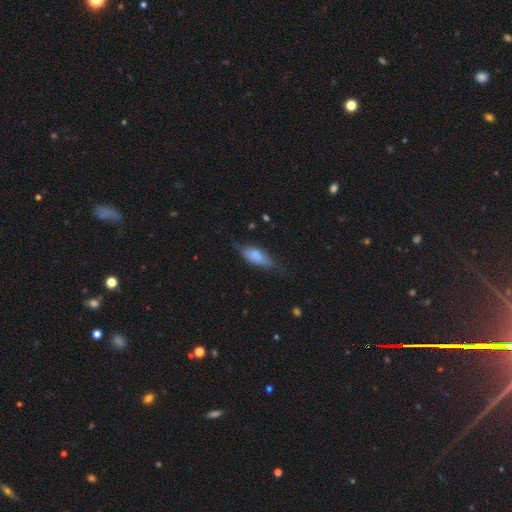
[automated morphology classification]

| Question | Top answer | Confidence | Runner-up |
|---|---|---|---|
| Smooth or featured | smooth | 68% | featured or disk (25%) |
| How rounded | in between | 69% | cigar-shaped (28%) |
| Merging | none | 60% | minor disturbance (28%) |